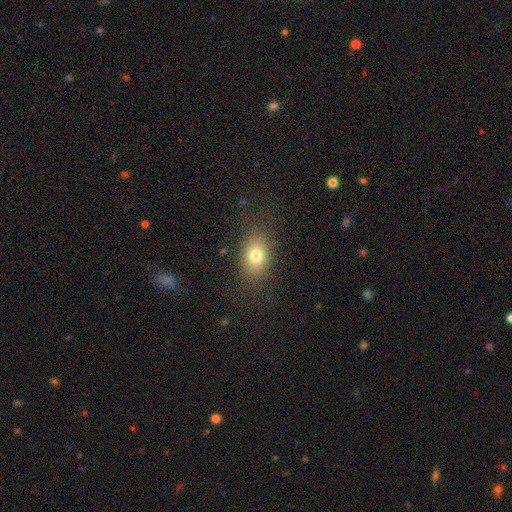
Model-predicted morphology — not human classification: This appears to be a smooth galaxy with no disk features (78%) that is in between round and cigar-shaped (78%). Merging: none (82%).